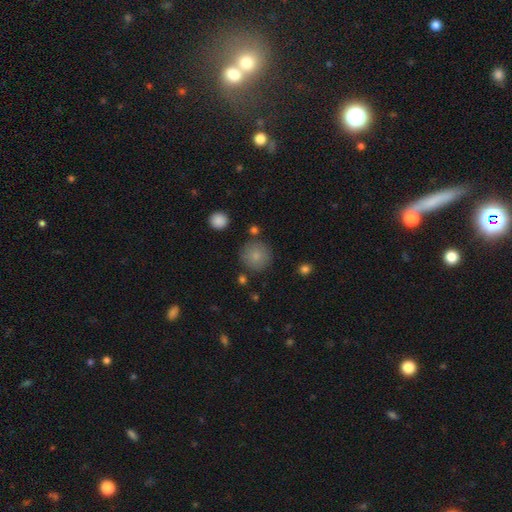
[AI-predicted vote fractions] Smooth or featured? Predicted: smooth (p=0.83). How rounded? Predicted: round (p=0.94). Merging? Predicted: none (p=0.84).